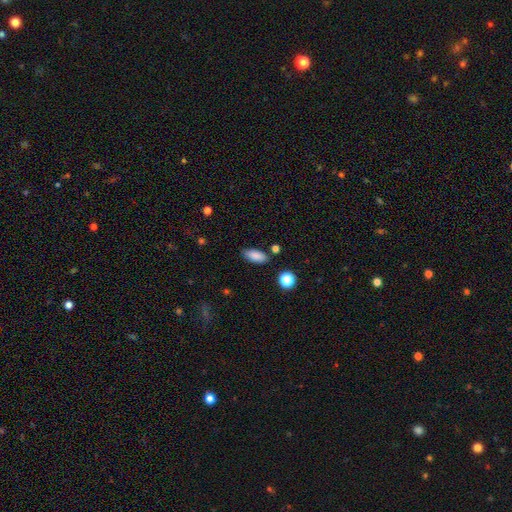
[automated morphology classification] This is clearly a smooth galaxy (87%). How rounded: clearly in between (85%). Merging: clearly none (82%).